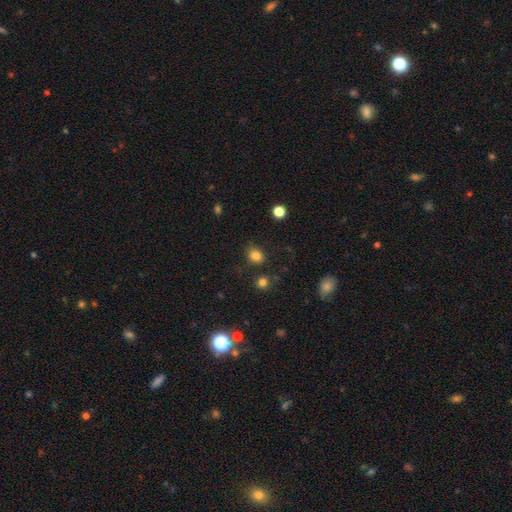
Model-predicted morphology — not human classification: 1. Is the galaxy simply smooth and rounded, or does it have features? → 81% smooth, 13% star or artifact, 6% featured or disk.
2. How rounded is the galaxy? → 64% round, 35% in between, 1% cigar-shaped.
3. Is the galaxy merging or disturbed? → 78% none, 14% minor disturbance, 4% major disturbance, 4% merger.